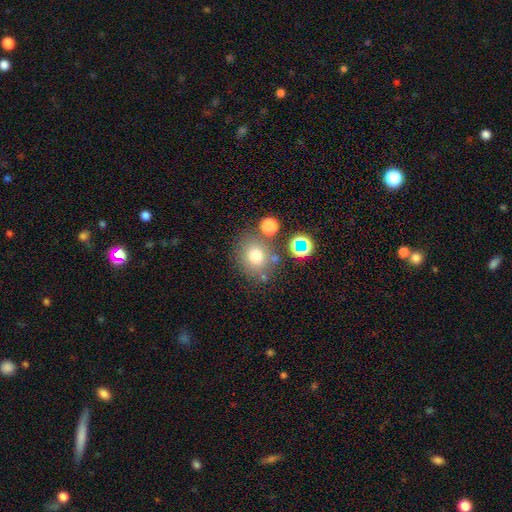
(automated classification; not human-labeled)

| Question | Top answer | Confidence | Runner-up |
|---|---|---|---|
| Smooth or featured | smooth | 74% | star or artifact (15%) |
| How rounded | round | 76% | in between (23%) |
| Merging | none | 70% | minor disturbance (13%) |